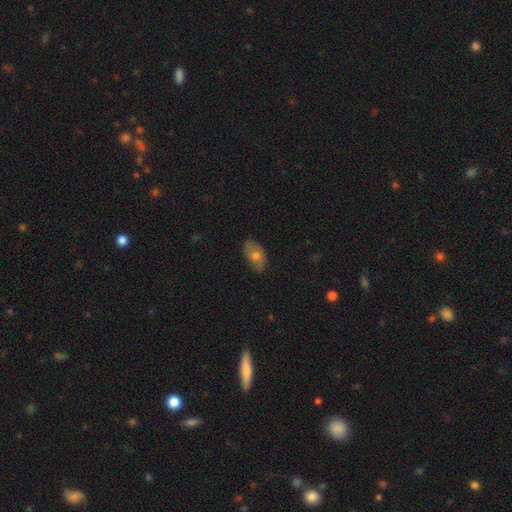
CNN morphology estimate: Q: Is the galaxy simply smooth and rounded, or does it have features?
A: smooth — 65%.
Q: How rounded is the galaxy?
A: in between — 91%.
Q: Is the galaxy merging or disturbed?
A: none — 75%.